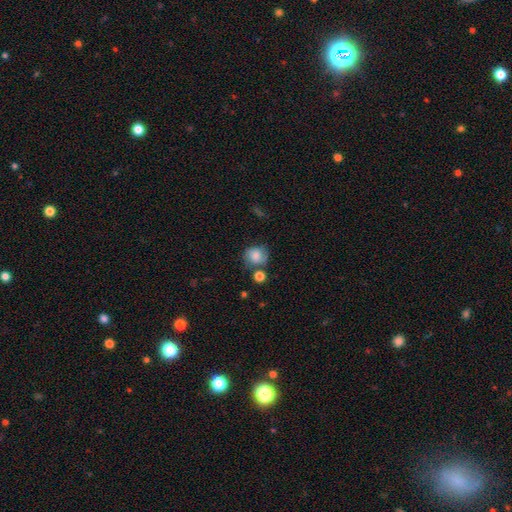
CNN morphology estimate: type=smooth (74%); roundness=round (78%); merging=none (58%).